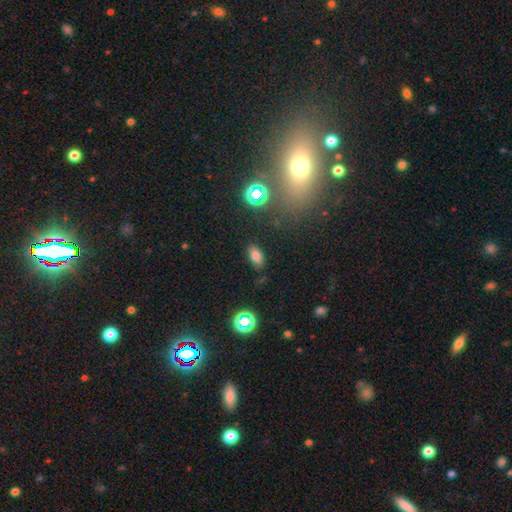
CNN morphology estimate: smooth_or_featured: smooth (p=0.76) [alt: star or artifact p=0.17]
how_rounded: in between (p=0.90) [alt: round p=0.06]
merging: none (p=0.82) [alt: minor disturbance p=0.12]